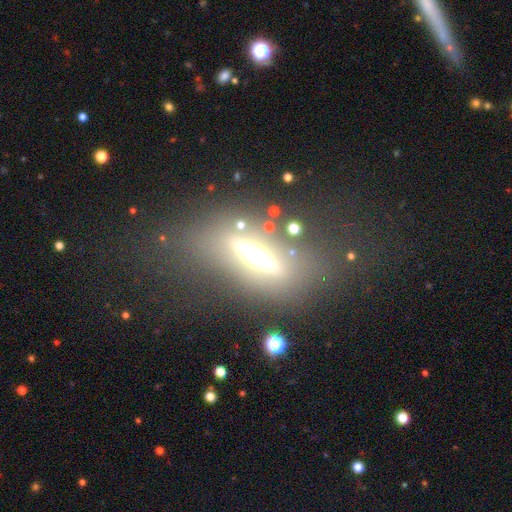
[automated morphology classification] Smooth or featured? Predicted: featured or disk (p=0.61). Edge-on disk? Predicted: yes (p=0.86). Edge-on bulge? Predicted: rounded (p=0.74). Merging? Predicted: none (p=0.77).